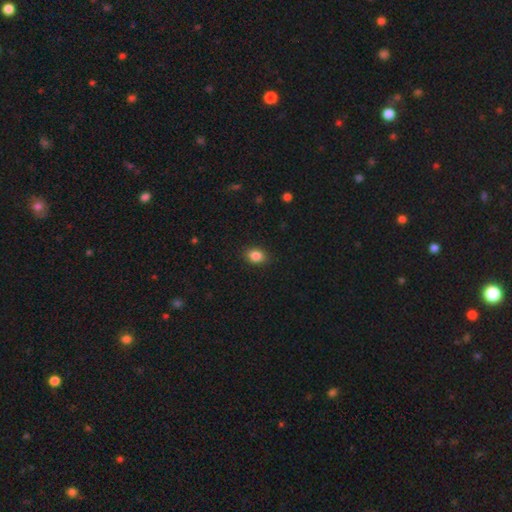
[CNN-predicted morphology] The model was most divided on "how rounded": in between: 69%, round: 30%, cigar-shaped: 1%. More confident: merging — none (89%); smooth or featured — smooth (86%).